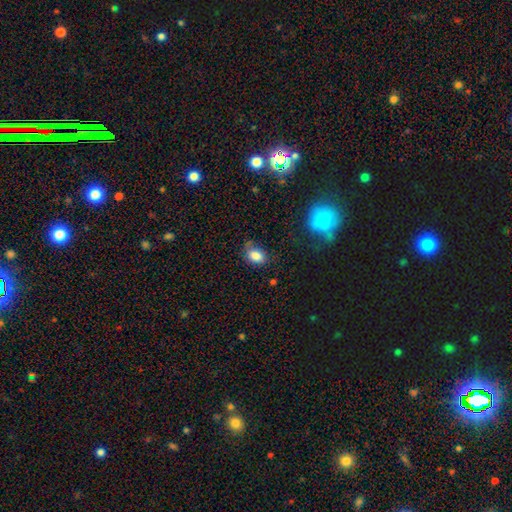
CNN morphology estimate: This appears to be a smooth galaxy with no disk features (81%) that is in between round and cigar-shaped (80%). Merging: none (57%).